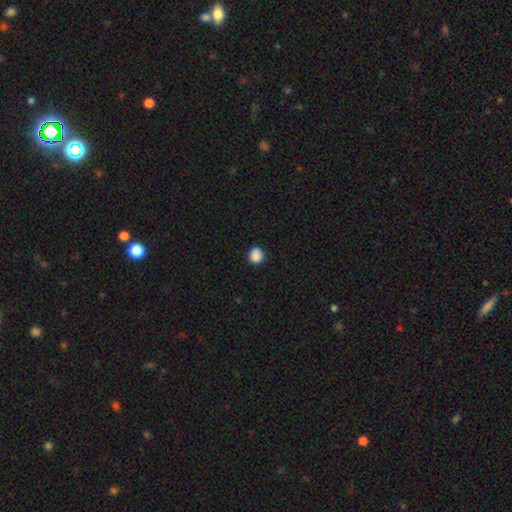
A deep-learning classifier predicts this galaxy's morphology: This appears to be a smooth galaxy with no disk features (87%) that is round (88%). Merging: none (88%).